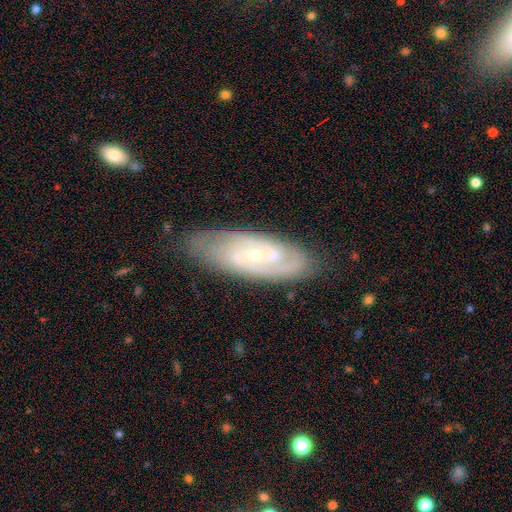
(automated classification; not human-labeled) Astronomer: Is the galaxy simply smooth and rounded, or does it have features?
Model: featured or disk — 87%.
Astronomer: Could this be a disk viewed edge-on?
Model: no — 92%.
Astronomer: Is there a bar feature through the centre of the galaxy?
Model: weak — 44% (runner-up: no, 42%).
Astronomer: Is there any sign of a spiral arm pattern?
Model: yes — 97%.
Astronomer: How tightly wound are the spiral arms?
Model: tight — 57% (runner-up: medium, 36%).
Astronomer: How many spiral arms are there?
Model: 2 — 64%.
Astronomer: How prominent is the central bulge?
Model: small — 75%.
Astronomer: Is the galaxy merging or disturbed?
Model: none — 80%.